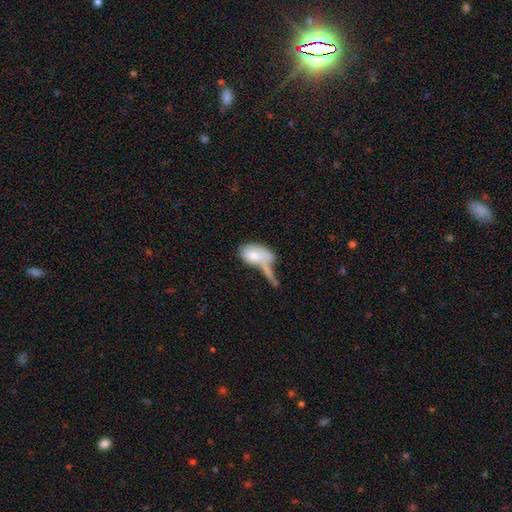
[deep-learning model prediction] This appears to be a smooth galaxy with no disk features (73%) that is in between round and cigar-shaped (91%). Merging: merger (39%).